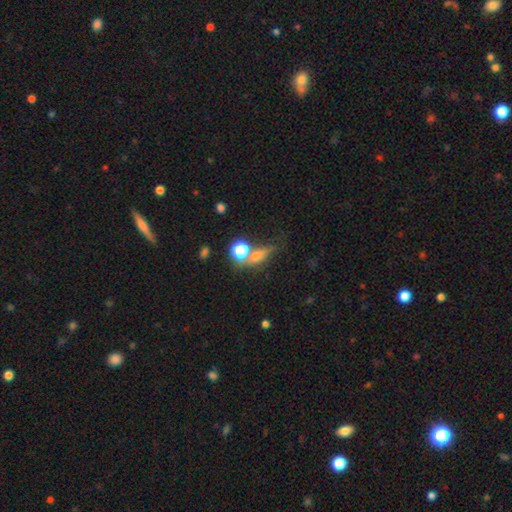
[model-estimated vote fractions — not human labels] Q: Smooth or featured?
A: smooth (58%); runner-up: star or artifact (23%)
Q: How rounded?
A: in between (41%); runner-up: round (36%)
Q: Merging?
A: none (48%); runner-up: merger (23%)